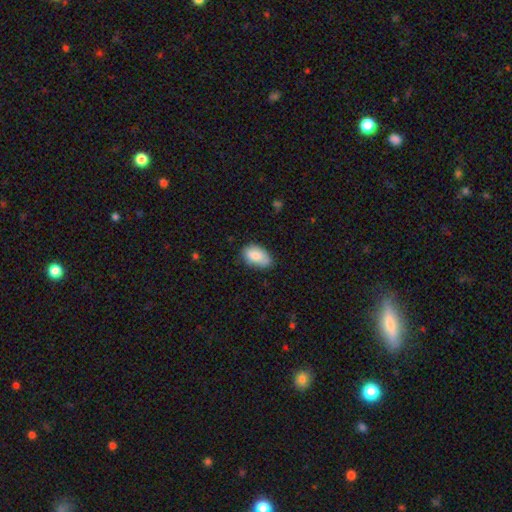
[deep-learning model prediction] This appears to be a smooth galaxy with no disk features (84%) that is in between round and cigar-shaped (93%). Merging: none (69%).